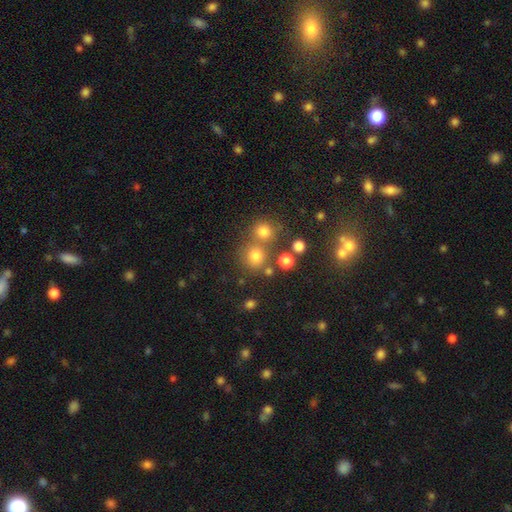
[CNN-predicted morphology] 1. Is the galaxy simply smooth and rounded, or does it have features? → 72% smooth, 19% star or artifact, 9% featured or disk.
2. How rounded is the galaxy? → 88% round, 11% in between, 1% cigar-shaped.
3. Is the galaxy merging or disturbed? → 62% none, 26% merger, 8% minor disturbance, 4% major disturbance.